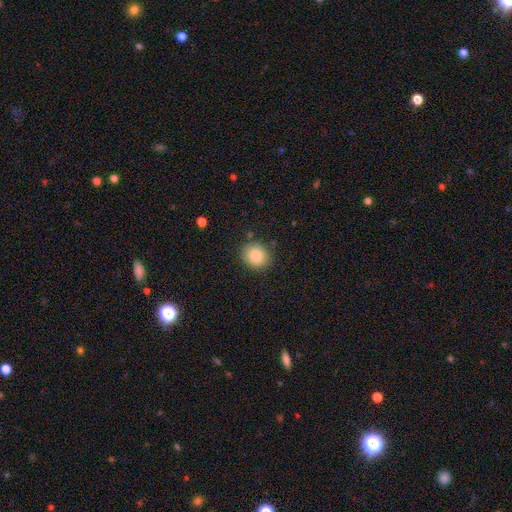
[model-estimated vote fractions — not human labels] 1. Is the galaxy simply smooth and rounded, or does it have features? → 84% smooth, 9% star or artifact, 7% featured or disk.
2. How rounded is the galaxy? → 73% round, 26% in between, 1% cigar-shaped.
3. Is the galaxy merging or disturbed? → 86% none, 10% minor disturbance, 3% major disturbance, 2% merger.